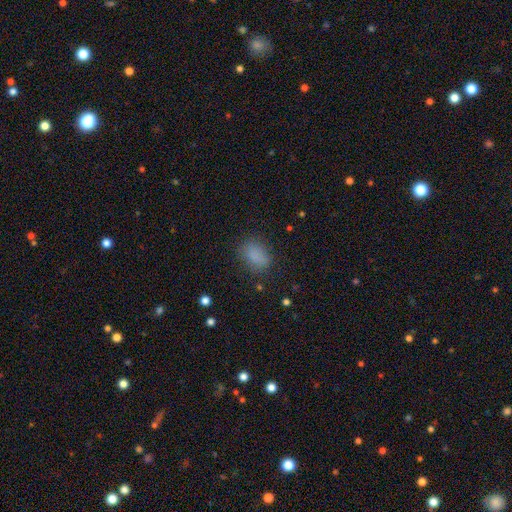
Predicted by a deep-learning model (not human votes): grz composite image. It shows a smooth galaxy with no disk features (83%) that is in between round and cigar-shaped (80%). Merging: none (77%).